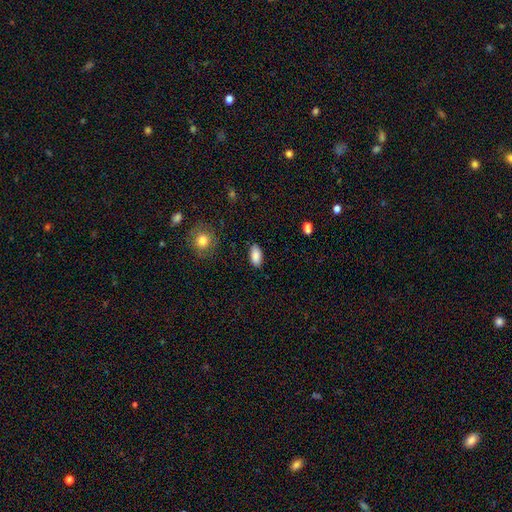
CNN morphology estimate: Smooth or featured: smooth — 88% (star or artifact — 7%)
How rounded: in between — 92% (cigar-shaped — 4%)
Merging: none — 87% (minor disturbance — 10%)